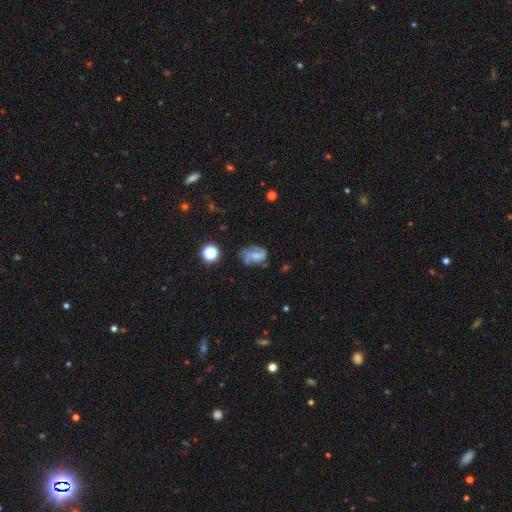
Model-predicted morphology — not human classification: Smooth or featured: featured or disk — 63% (smooth — 24%)
Edge-on disk: no — 97% (yes — 3%)
Bar: no — 47% (weak — 39%)
Spiral arms: yes — 87% (no — 13%)
Spiral winding: medium — 44% (loose — 35%)
Spiral arm count: 2 — 50% (3 — 19%)
Bulge size: none — 44% (small — 32%)
Merging: none — 53% (minor disturbance — 24%)